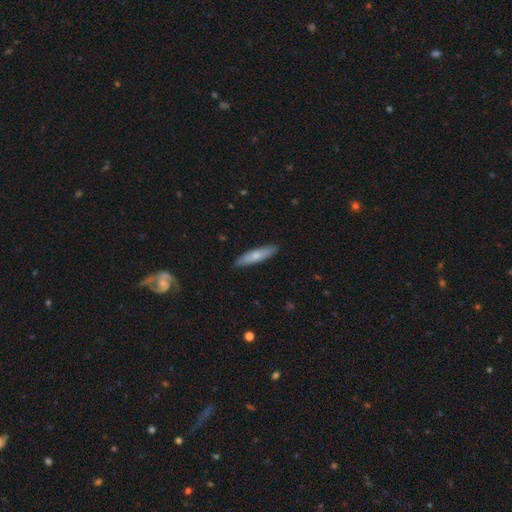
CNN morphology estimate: The model was most divided on "smooth or featured": smooth: 71%, featured or disk: 24%, star or artifact: 5%. More confident: merging — none (89%); how rounded — cigar-shaped (79%).